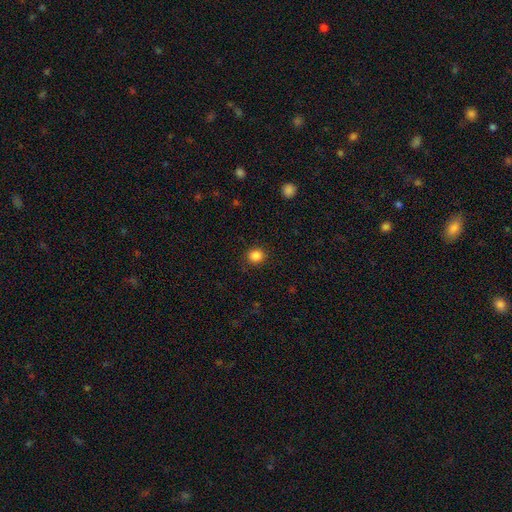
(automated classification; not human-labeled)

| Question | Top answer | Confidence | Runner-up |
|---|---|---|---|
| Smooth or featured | smooth | 86% | star or artifact (11%) |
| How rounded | round | 84% | in between (16%) |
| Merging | none | 88% | minor disturbance (9%) |